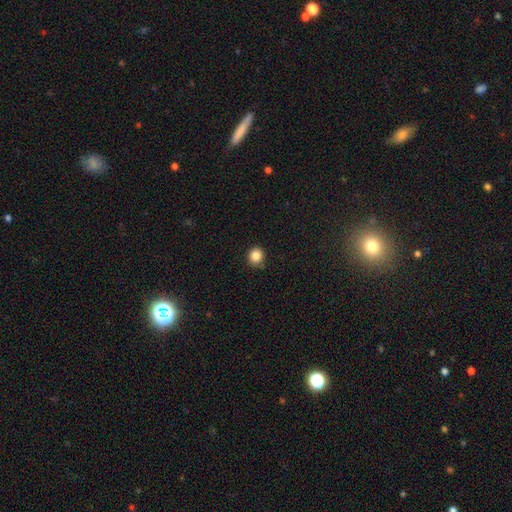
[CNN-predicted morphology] A smooth galaxy with no disk features (85%) that is round (86%). Merging: none (85%).